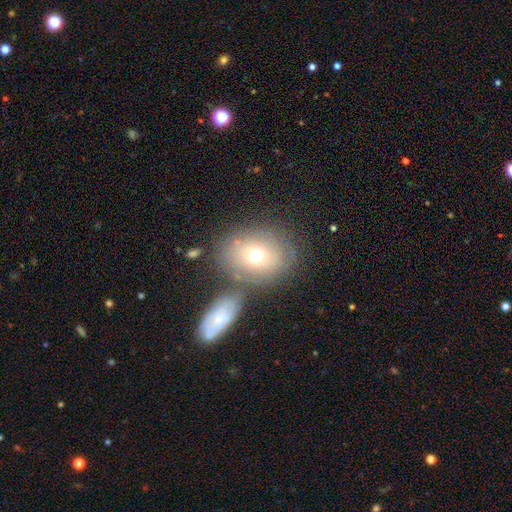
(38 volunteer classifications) Volunteers were most divided on "merging": merger: 39%, none: 36%, minor disturbance: 17%, major disturbance: 8%. More confident: smooth or featured — smooth (66%); how rounded — in between (52%).